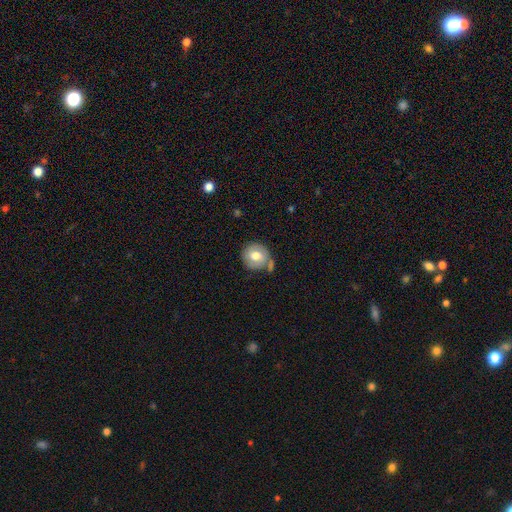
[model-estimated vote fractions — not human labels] Overall: smooth (71%). How rounded: round (84%). Merging: none (61%).